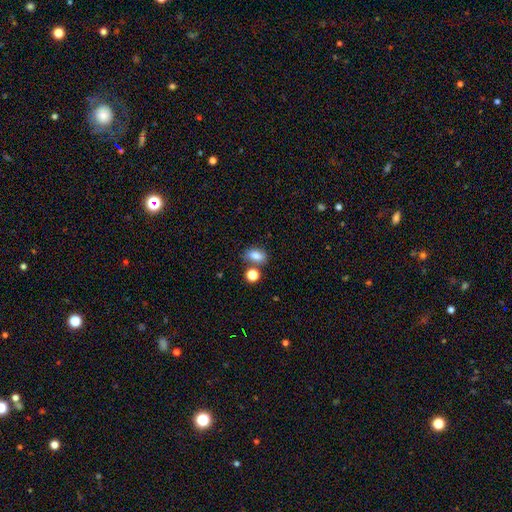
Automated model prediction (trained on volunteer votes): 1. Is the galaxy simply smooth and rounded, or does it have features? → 81% smooth, 11% star or artifact, 8% featured or disk.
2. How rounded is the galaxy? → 79% in between, 19% round, 2% cigar-shaped.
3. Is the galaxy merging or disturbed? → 60% none, 18% merger, 17% minor disturbance, 6% major disturbance.